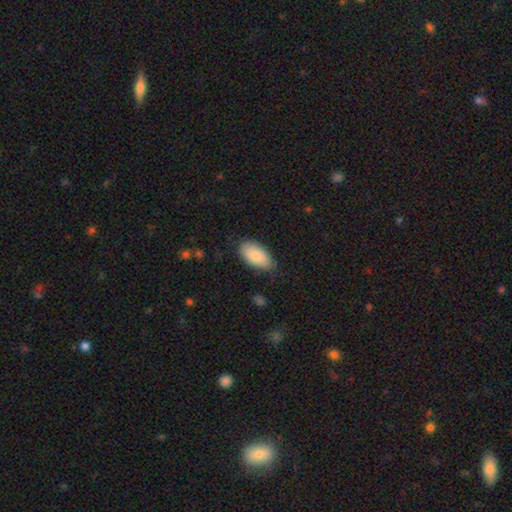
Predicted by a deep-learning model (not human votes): Smooth or featured? smooth (84%)
How rounded? in between (95%)
Merging? none (76%)